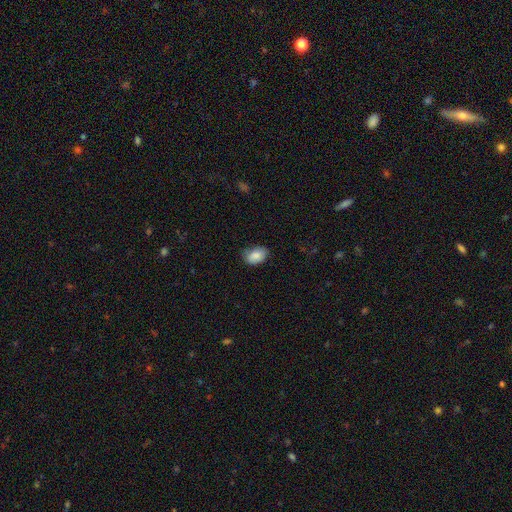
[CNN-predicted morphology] Smooth or featured? smooth (86%)
How rounded? in between (86%)
Merging? none (72%)